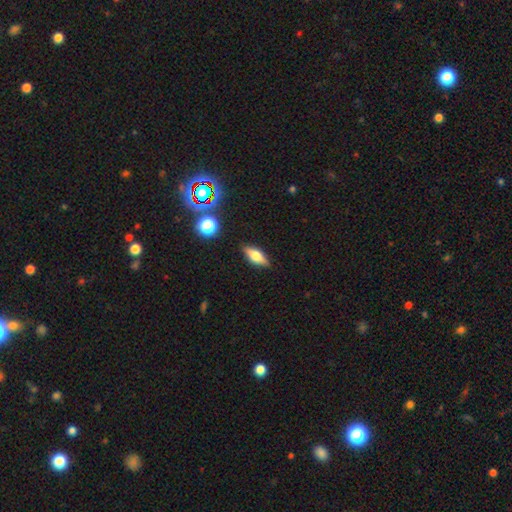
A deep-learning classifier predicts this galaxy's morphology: This appears to be a smooth galaxy with no disk features (47%). Merging: none (87%).